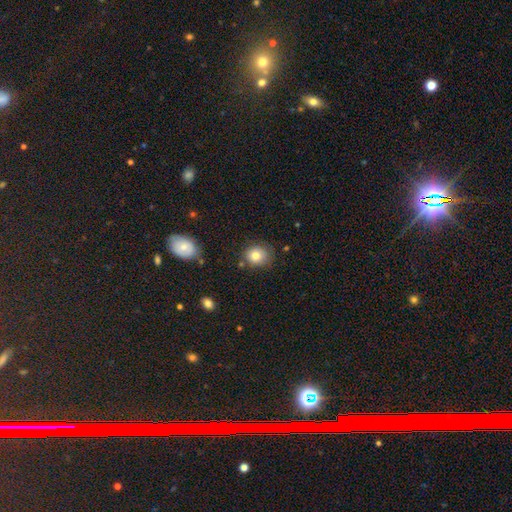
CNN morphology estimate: Q: Smooth or featured?
A: smooth (80%); runner-up: star or artifact (11%)
Q: How rounded?
A: round (77%); runner-up: in between (23%)
Q: Merging?
A: none (75%); runner-up: minor disturbance (17%)